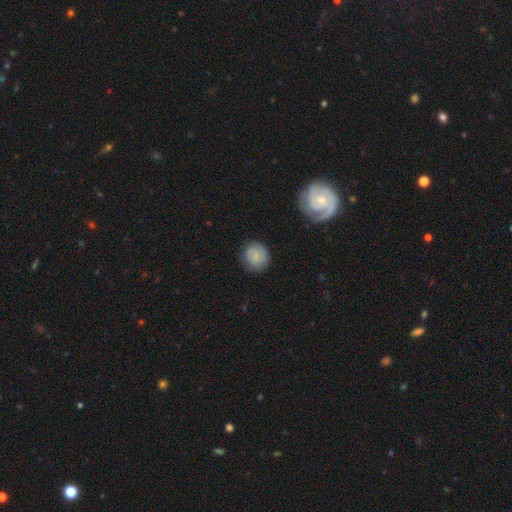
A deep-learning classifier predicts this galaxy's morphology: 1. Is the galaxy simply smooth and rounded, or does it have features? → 61% smooth, 32% featured or disk, 8% star or artifact.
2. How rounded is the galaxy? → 86% round, 13% in between, 1% cigar-shaped.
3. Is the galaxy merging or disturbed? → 83% none, 12% minor disturbance, 3% major disturbance, 1% merger.